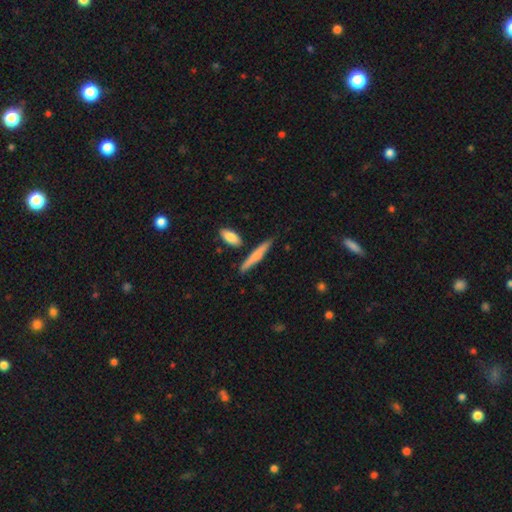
This appears to be a smooth galaxy with no disk features (53%) that is cigar-shaped (95%). Merging: none (86%).